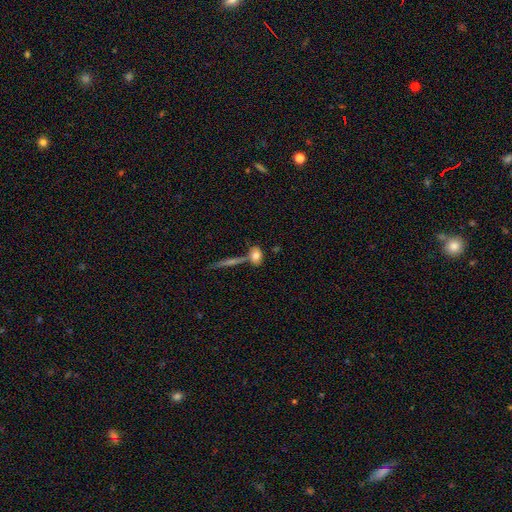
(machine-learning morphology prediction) smooth_or_featured: smooth (p=0.75) [alt: featured or disk p=0.17]
how_rounded: in between (p=0.68) [alt: round p=0.24]
merging: none (p=0.53) [alt: merger p=0.26]